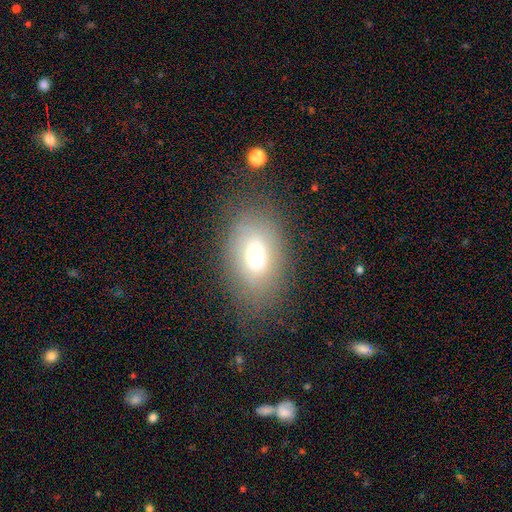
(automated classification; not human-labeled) Q: Smooth or featured?
A: smooth (62%); runner-up: featured or disk (25%)
Q: How rounded?
A: in between (84%); runner-up: round (14%)
Q: Merging?
A: none (73%); runner-up: minor disturbance (17%)